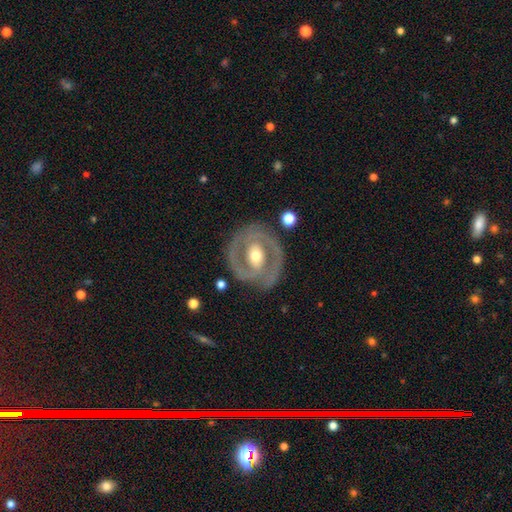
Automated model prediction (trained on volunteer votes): A featured or disk galaxy (78%) with no bar (43%), 2 (74%) tight (51%) spiral arms (67%) and a moderate central bulge (70%). Merging: none (77%).